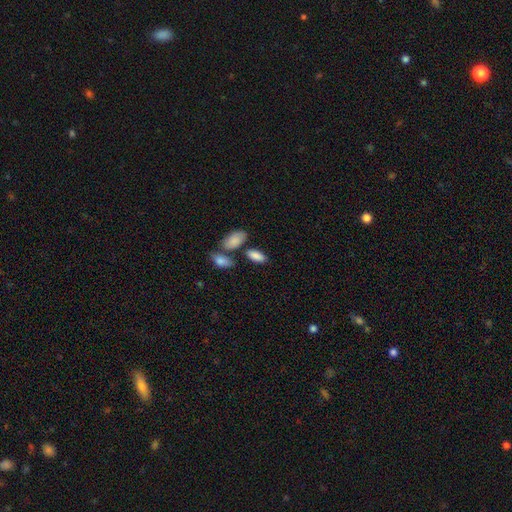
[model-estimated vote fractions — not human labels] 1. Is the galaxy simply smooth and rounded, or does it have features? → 86% smooth, 7% featured or disk, 7% star or artifact.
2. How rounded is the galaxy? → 89% in between, 8% cigar-shaped, 3% round.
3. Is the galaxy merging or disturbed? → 67% none, 14% merger, 14% minor disturbance, 4% major disturbance.